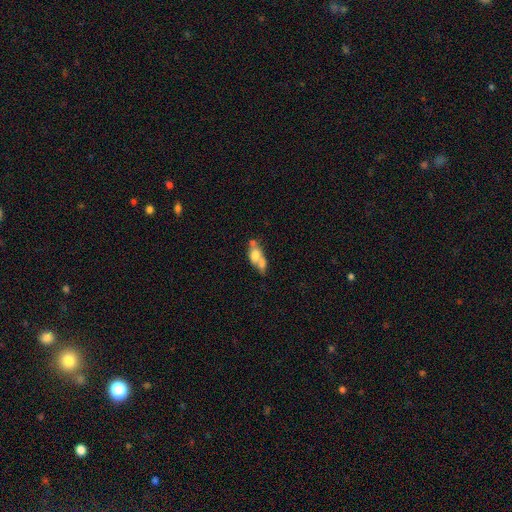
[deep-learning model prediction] Smooth or featured?
  - smooth: 57% *
  - featured or disk: 34%
  - star or artifact: 10%
How rounded?
  - in between: 73% *
  - round: 15%
  - cigar-shaped: 12%
Merging?
  - merger: 56% *
  - none: 23%
  - minor disturbance: 11%
  - major disturbance: 10%